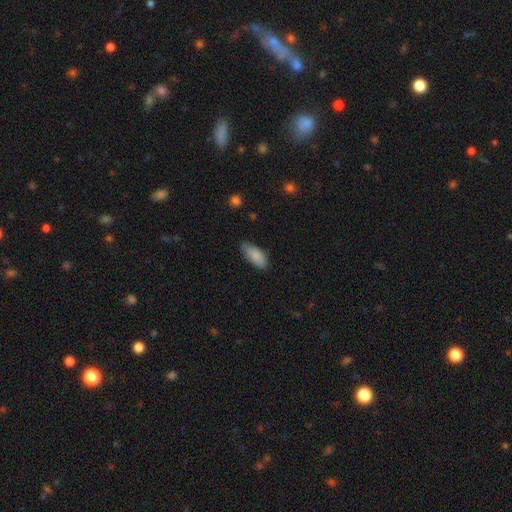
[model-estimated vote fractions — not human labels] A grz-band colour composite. It shows a smooth galaxy with no disk features (87%) that is in between round and cigar-shaped (88%). Merging: none (73%).